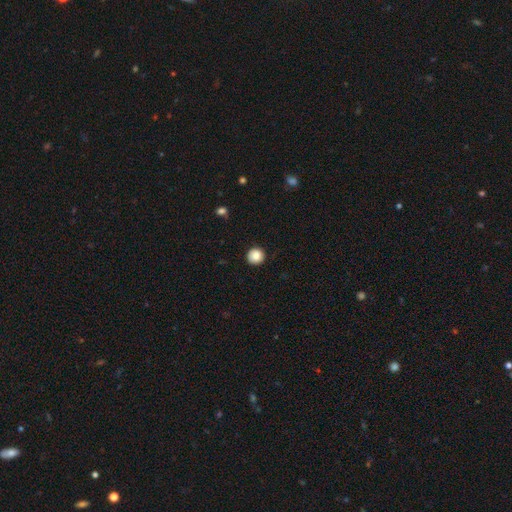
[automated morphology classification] This appears to be a smooth galaxy with no disk features (87%) that is round (95%). Merging: none (92%).